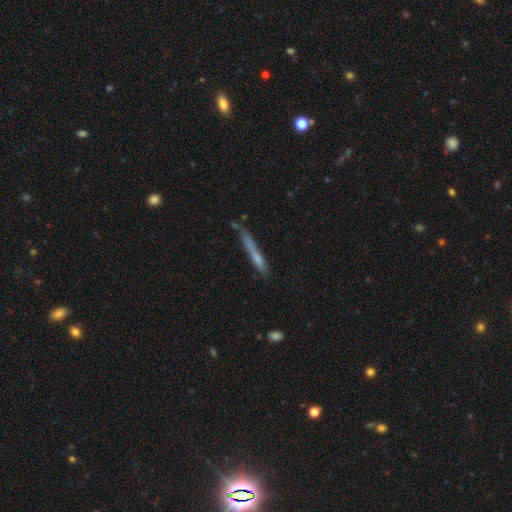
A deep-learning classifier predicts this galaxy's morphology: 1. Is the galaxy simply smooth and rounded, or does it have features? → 52% smooth, 39% featured or disk, 9% star or artifact.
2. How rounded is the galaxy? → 95% cigar-shaped, 3% in between, 2% round.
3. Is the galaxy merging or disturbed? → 66% none, 21% minor disturbance, 7% major disturbance, 6% merger.